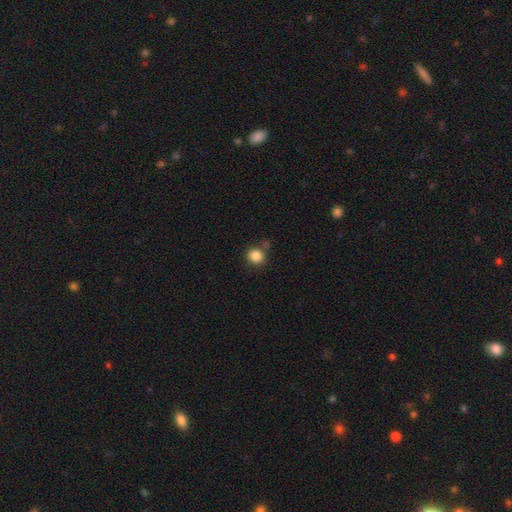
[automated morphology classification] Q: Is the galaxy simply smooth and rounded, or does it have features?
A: smooth — 86%.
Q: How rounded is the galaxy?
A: round — 87%.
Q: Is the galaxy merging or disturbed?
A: none — 76%.